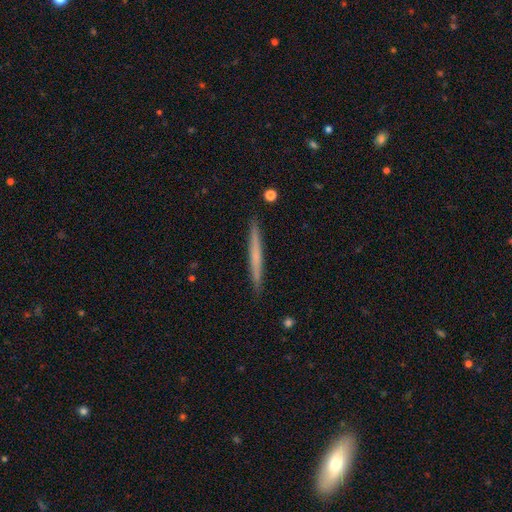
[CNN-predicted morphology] type=smooth (52%); roundness=cigar-shaped (97%); merging=none (92%).